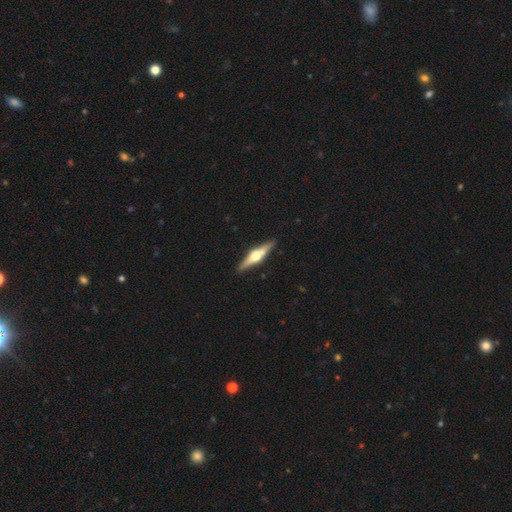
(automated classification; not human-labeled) Overall: featured or disk (77%). Edge-on disk: yes (98%). Edge-on bulge: rounded (96%). Merging: none (91%).